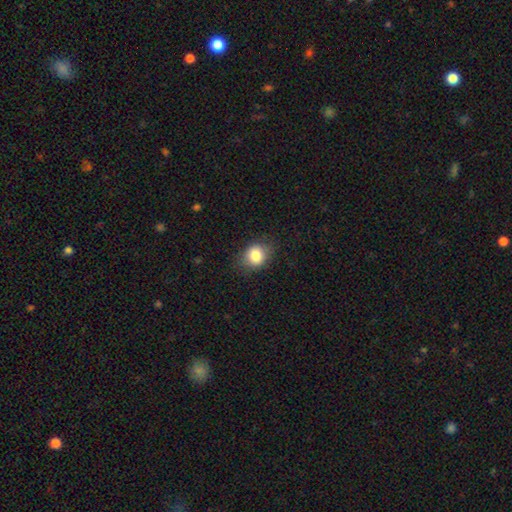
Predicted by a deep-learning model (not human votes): Overall: smooth (82%). How rounded: round (54%; in between 45%). Merging: none (80%).